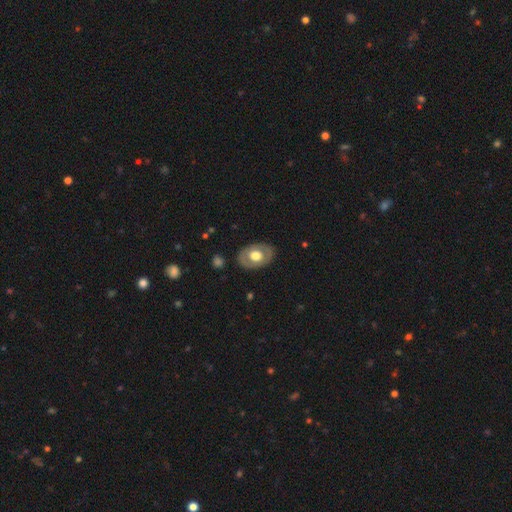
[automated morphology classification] A smooth galaxy with no disk features (49%).

Vote fractions:
- Smooth or featured? smooth: 49% / featured or disk: 46% / star or artifact: 5%
- Merging? none: 84% / minor disturbance: 11% / major disturbance: 4% / merger: 1%